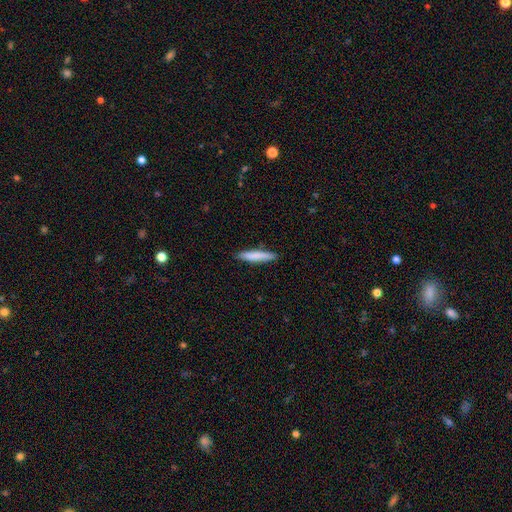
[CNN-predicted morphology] type=smooth (80%); roundness=cigar-shaped (90%); merging=none (88%).